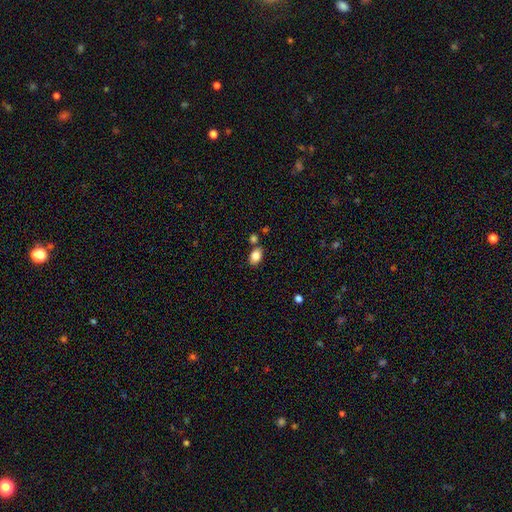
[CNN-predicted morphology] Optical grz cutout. It shows a smooth galaxy with no disk features (83%) that is in between round and cigar-shaped (84%). Merging: none (74%).